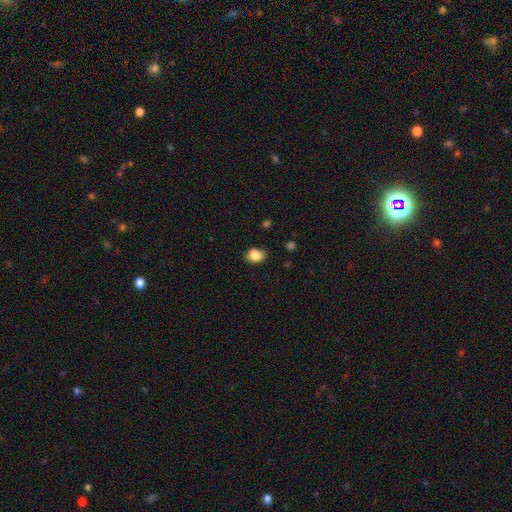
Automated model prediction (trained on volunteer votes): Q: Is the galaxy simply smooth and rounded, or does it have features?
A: smooth — 83%.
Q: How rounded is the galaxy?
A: in between — 76%.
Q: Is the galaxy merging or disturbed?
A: none — 71%.